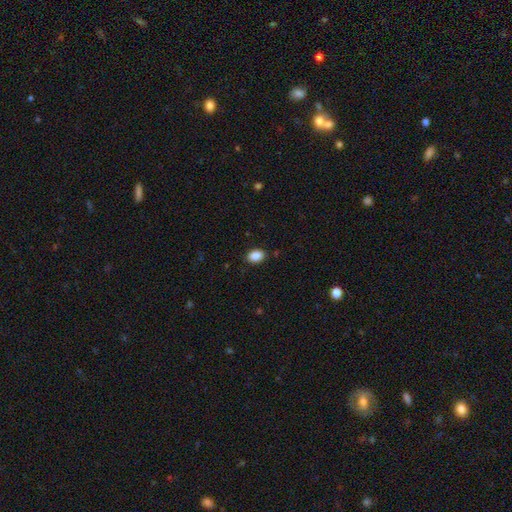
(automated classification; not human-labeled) smooth_or_featured: smooth (p=0.88) [alt: star or artifact p=0.08]
how_rounded: in between (p=0.81) [alt: round p=0.18]
merging: none (p=0.88) [alt: minor disturbance p=0.09]